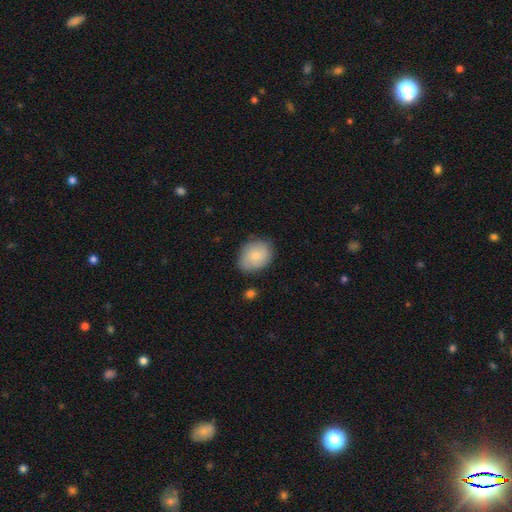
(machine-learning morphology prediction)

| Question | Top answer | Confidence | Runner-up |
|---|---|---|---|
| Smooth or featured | smooth | 81% | featured or disk (12%) |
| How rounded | in between | 66% | round (33%) |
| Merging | none | 77% | minor disturbance (17%) |